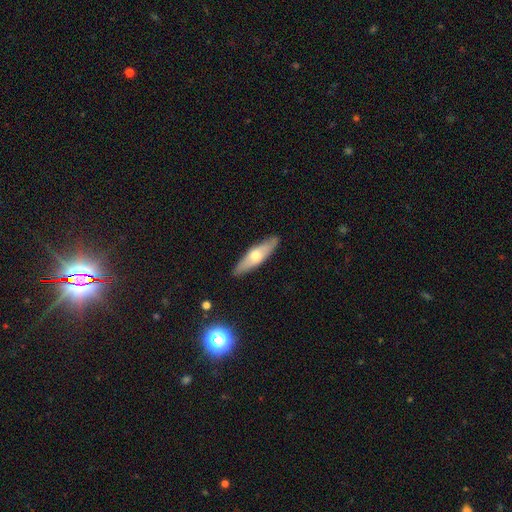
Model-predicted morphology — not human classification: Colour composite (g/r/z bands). It shows a smooth galaxy with no disk features (49%). Merging: none (88%).